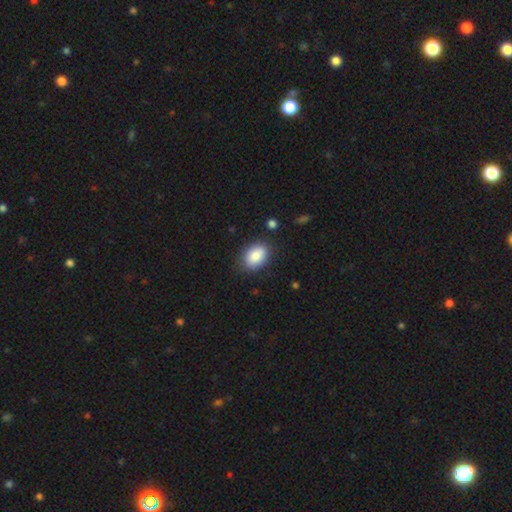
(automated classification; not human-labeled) Smooth or featured? smooth (87%)
How rounded? in between (83%)
Merging? none (82%)